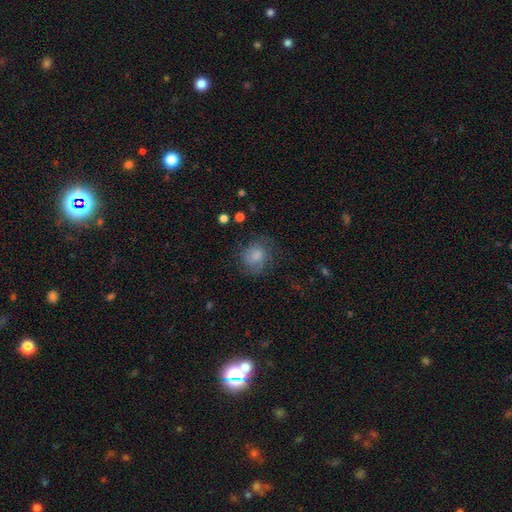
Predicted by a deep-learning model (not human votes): smooth_or_featured: smooth (p=0.72) [alt: featured or disk p=0.19]
how_rounded: round (p=0.72) [alt: in between p=0.27]
merging: none (p=0.59) [alt: minor disturbance p=0.23]